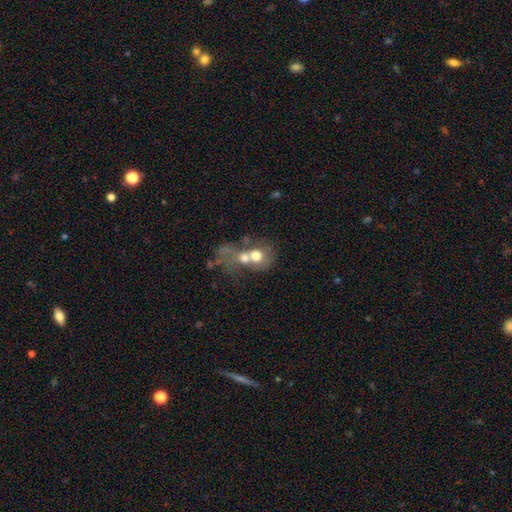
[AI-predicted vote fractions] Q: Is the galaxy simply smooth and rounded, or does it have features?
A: smooth — 58%.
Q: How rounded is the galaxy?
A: round — 64%.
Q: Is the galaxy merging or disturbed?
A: merger — 69%.